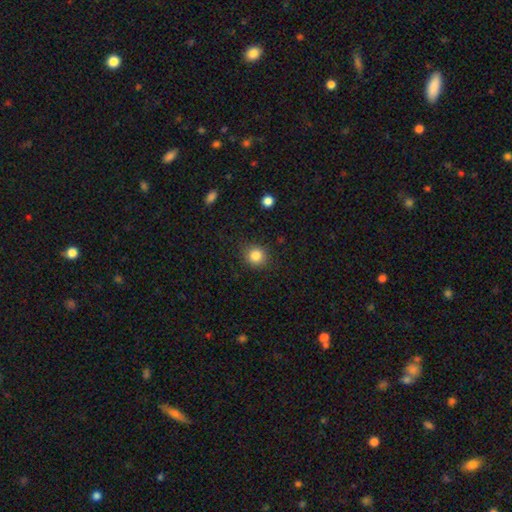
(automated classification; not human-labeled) Morphology: type=smooth (84%); roundness=round (88%); merging=none (88%).